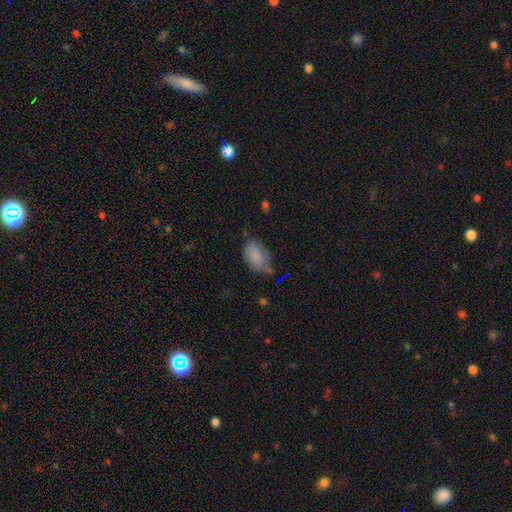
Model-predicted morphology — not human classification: Overall: smooth (84%). How rounded: in between (91%). Merging: none (53%; minor disturbance 34%).